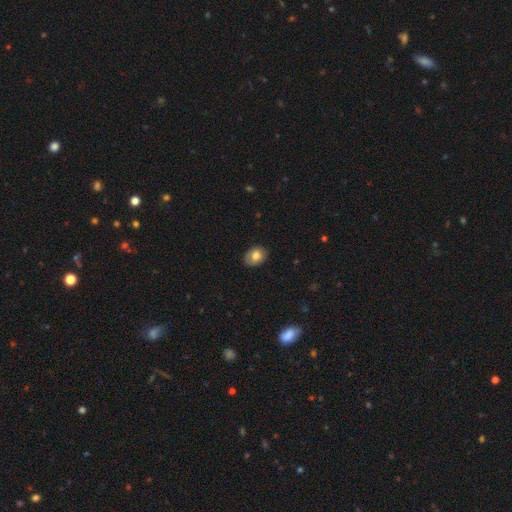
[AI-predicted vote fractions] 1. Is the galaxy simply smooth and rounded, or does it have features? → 73% smooth, 19% featured or disk, 8% star or artifact.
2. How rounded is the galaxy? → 65% in between, 34% round, 1% cigar-shaped.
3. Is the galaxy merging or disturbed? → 82% none, 14% minor disturbance, 3% major disturbance, 1% merger.